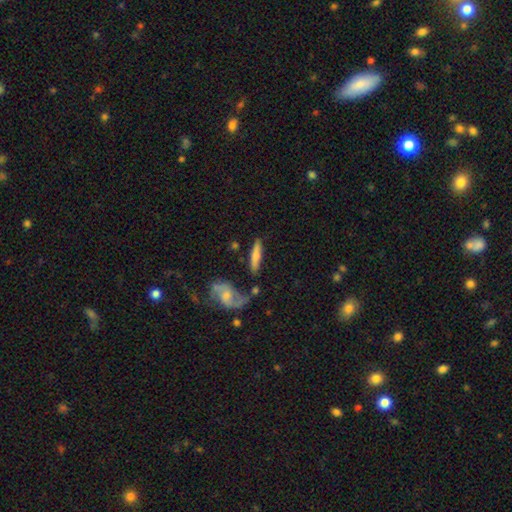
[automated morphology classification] This appears to be a smooth galaxy with no disk features (55%) that is cigar-shaped (78%). Merging: none (71%).